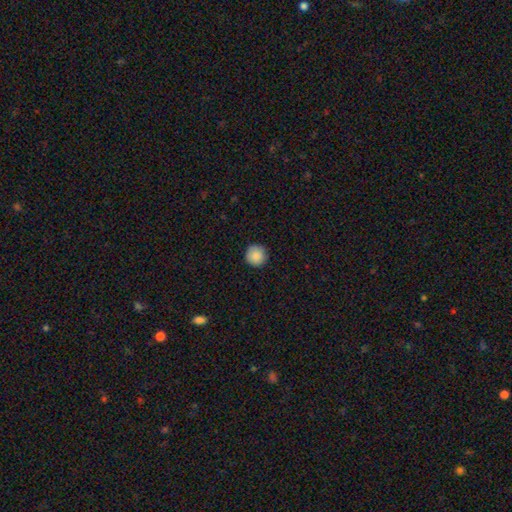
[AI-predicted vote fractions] Q: Smooth or featured?
A: smooth (88%); runner-up: star or artifact (8%)
Q: How rounded?
A: round (96%); runner-up: in between (3%)
Q: Merging?
A: none (91%); runner-up: minor disturbance (7%)